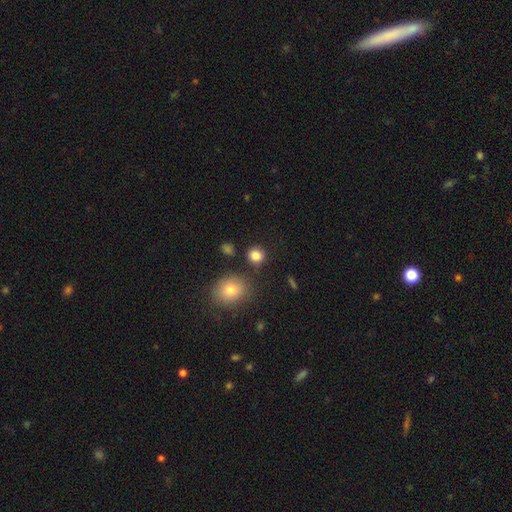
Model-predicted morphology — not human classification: smooth_or_featured: smooth (p=0.84) [alt: star or artifact p=0.11]
how_rounded: round (p=0.84) [alt: in between p=0.15]
merging: none (p=0.82) [alt: minor disturbance p=0.09]